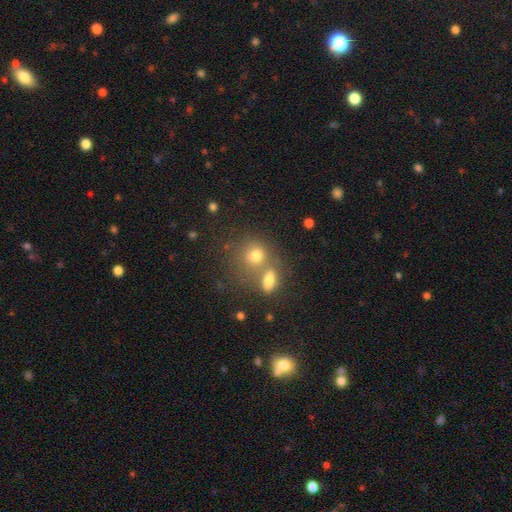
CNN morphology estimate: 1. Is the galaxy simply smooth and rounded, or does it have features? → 74% smooth, 14% star or artifact, 12% featured or disk.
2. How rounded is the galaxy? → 72% round, 26% in between, 2% cigar-shaped.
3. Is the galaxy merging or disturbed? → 45% none, 40% merger, 10% minor disturbance, 5% major disturbance.